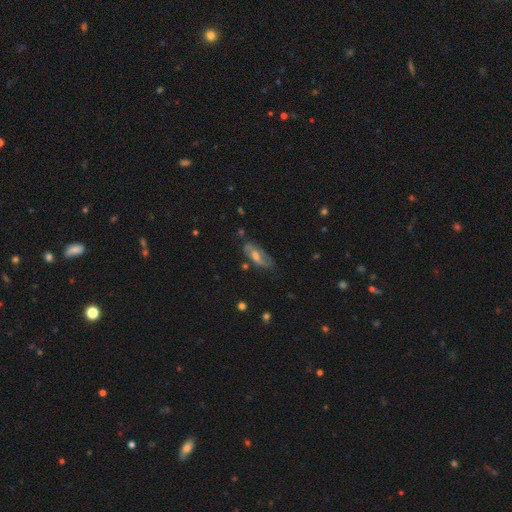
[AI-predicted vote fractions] This appears to be a featured or disk galaxy (54%). Merging: none (63%).